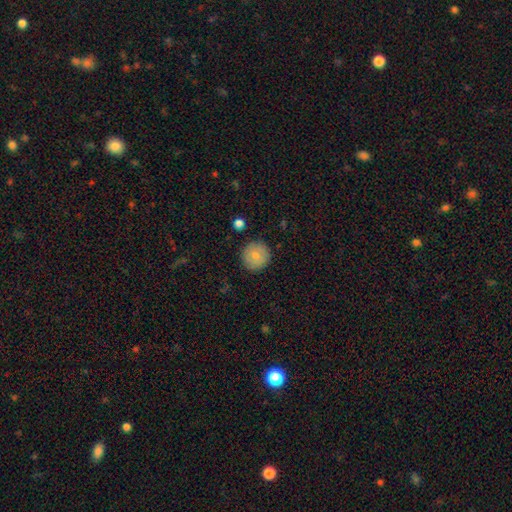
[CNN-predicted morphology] A smooth galaxy with no disk features (77%) that is round (95%). Merging: none (89%).